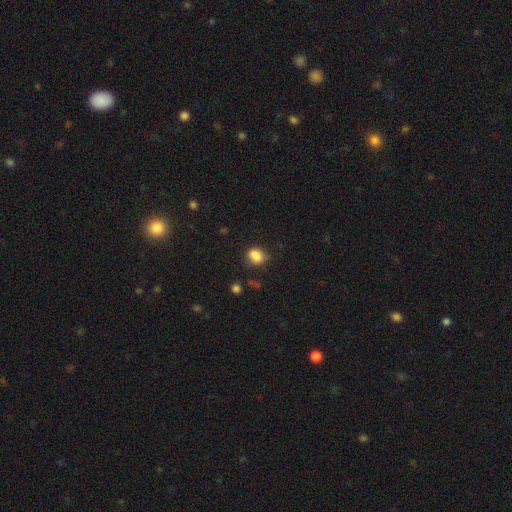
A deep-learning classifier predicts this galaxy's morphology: The model was most divided on "how rounded": in between: 56%, round: 43%, cigar-shaped: 1%. More confident: smooth or featured — smooth (83%); merging — none (62%).